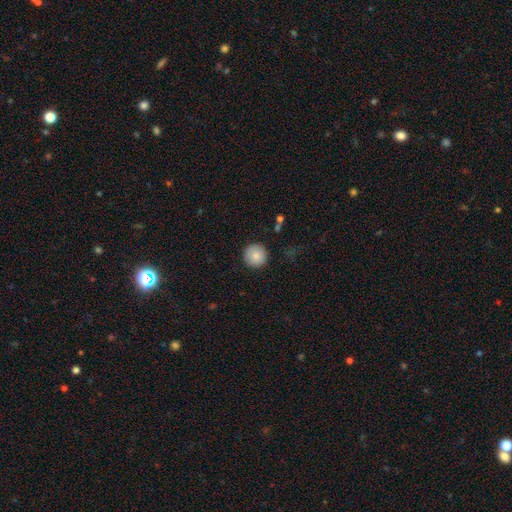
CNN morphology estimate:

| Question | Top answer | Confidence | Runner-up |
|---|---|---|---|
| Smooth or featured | smooth | 85% | star or artifact (8%) |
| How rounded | round | 96% | in between (4%) |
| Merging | none | 91% | minor disturbance (6%) |